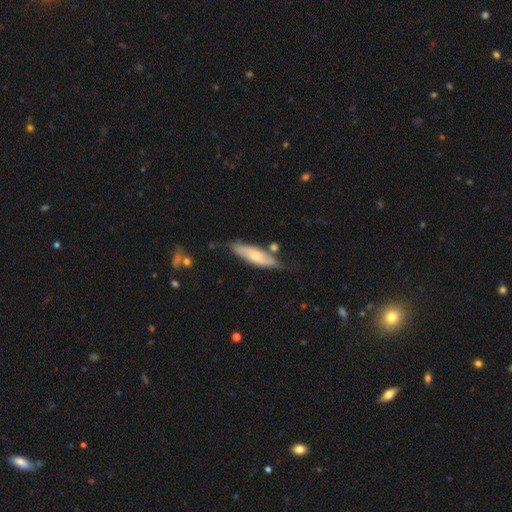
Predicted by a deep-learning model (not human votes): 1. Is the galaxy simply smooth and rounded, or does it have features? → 51% smooth, 43% featured or disk, 6% star or artifact.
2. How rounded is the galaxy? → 50% in between, 47% cigar-shaped, 2% round.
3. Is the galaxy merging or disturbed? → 65% none, 23% minor disturbance, 7% merger, 5% major disturbance.